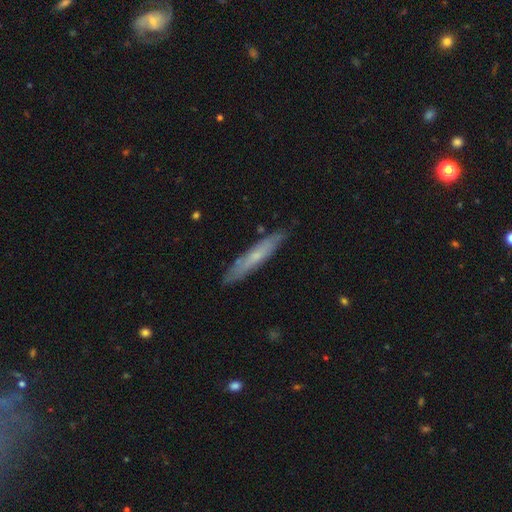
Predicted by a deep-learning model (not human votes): The model was most divided on "smooth or featured" (2-way tie): smooth: 47%, featured or disk: 47%, star or artifact: 6%. More confident: merging — none (84%).